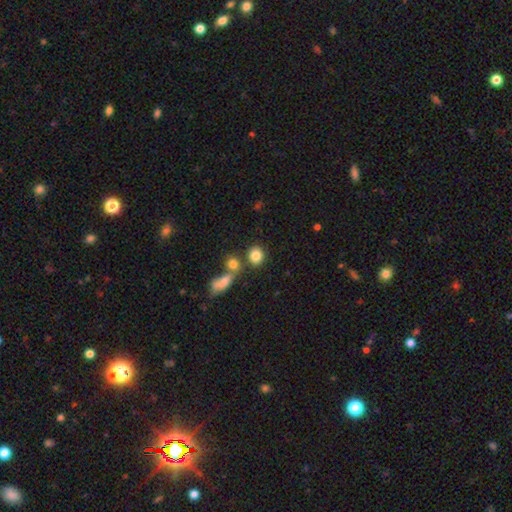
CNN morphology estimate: Smooth or featured? smooth (82%)
How rounded? round (70%)
Merging? none (67%)